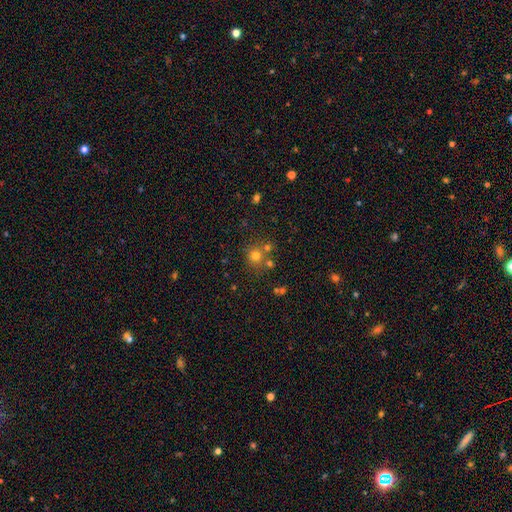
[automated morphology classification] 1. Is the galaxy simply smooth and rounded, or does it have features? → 71% smooth, 19% star or artifact, 9% featured or disk.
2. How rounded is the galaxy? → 89% round, 10% in between, 1% cigar-shaped.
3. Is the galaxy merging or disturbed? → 65% none, 22% merger, 9% minor disturbance, 4% major disturbance.